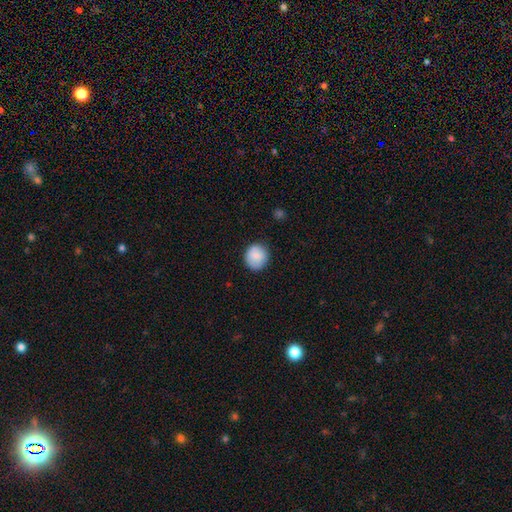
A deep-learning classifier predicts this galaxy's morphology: Smooth or featured? smooth (85%)
How rounded? round (86%)
Merging? none (85%)